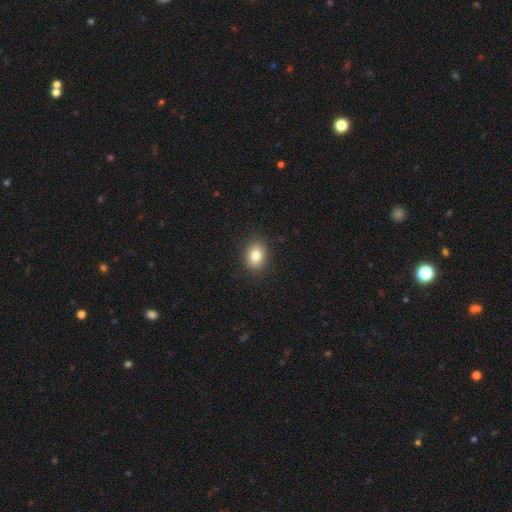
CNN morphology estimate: smooth 83%, star or artifact 10%, featured or disk 8%. Down the decision tree: how rounded — in between (63%); merging — none (89%).